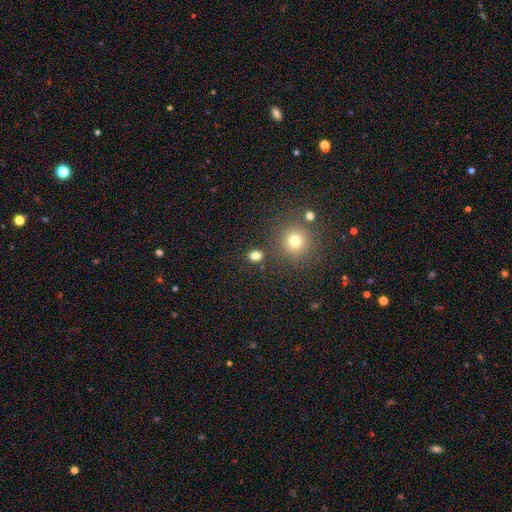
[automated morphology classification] Q: Smooth or featured?
A: smooth (79%); runner-up: star or artifact (16%)
Q: How rounded?
A: round (59%); runner-up: in between (39%)
Q: Merging?
A: none (82%); runner-up: minor disturbance (9%)